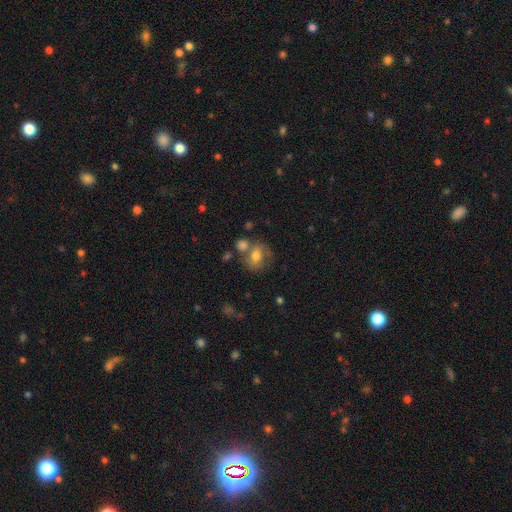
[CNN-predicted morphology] This appears to be a smooth galaxy with no disk features (64%) that is round (62%). Merging: none (50%).